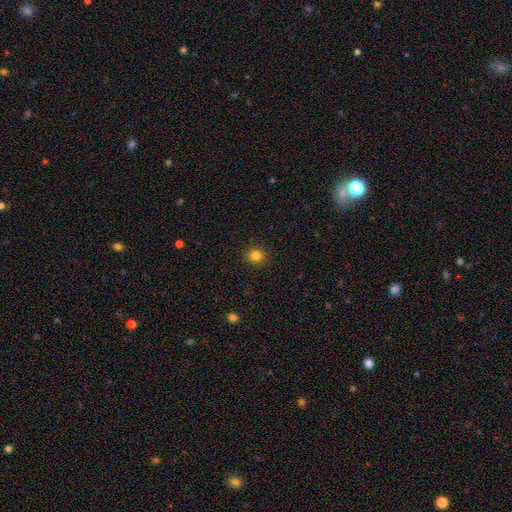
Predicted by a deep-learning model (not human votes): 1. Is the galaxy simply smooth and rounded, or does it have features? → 82% smooth, 13% star or artifact, 5% featured or disk.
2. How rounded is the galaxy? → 87% round, 12% in between, 1% cigar-shaped.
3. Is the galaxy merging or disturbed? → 91% none, 6% minor disturbance, 2% major disturbance, 1% merger.